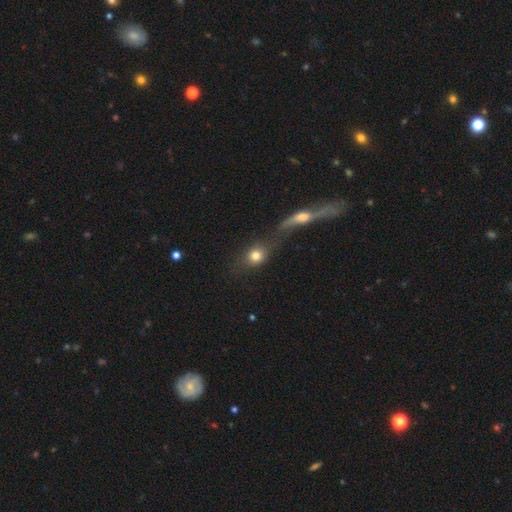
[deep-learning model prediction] A smooth galaxy with no disk features (77%) that is round (61%). Merging: merger (45%).